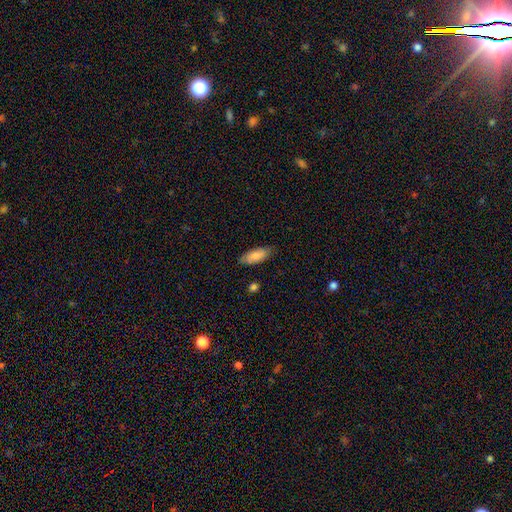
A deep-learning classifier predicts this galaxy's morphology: Smooth or featured?
  - smooth: 83% *
  - featured or disk: 11%
  - star or artifact: 6%
How rounded?
  - in between: 78% *
  - cigar-shaped: 20%
  - round: 2%
Merging?
  - none: 80% *
  - minor disturbance: 16%
  - major disturbance: 3%
  - merger: 1%